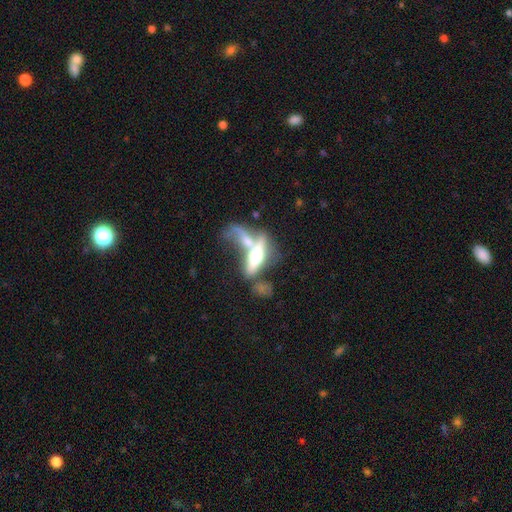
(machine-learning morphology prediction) Overall: featured or disk (56%; smooth 35%). Edge-on disk: yes (60%; no 40%). Merging: merger (58%; none 19%).